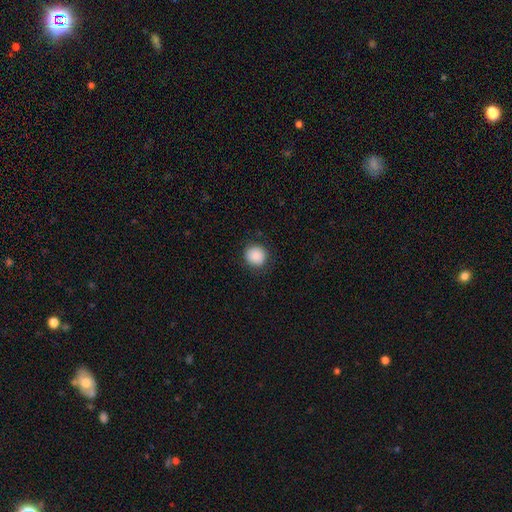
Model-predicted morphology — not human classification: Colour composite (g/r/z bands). It shows a smooth galaxy with no disk features (87%) that is round (91%). Merging: none (87%).